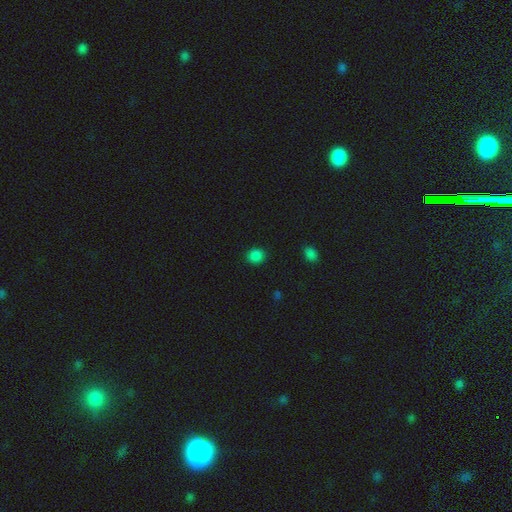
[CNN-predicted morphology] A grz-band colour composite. It shows a smooth galaxy with no disk features (84%) that is round (84%). Merging: none (91%).